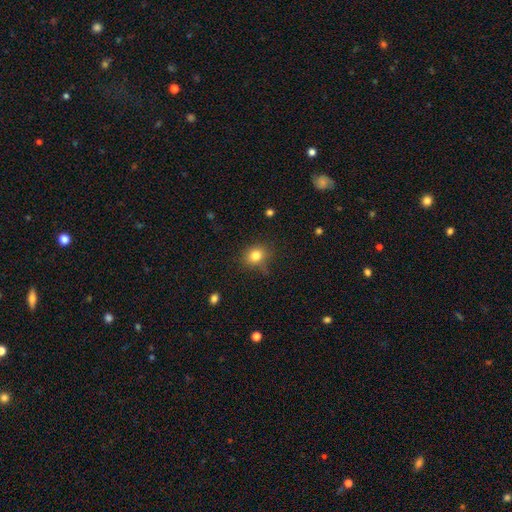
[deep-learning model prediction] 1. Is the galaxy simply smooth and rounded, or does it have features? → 80% smooth, 12% star or artifact, 7% featured or disk.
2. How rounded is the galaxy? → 68% round, 31% in between, 1% cigar-shaped.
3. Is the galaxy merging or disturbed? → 77% none, 17% minor disturbance, 4% major disturbance, 2% merger.